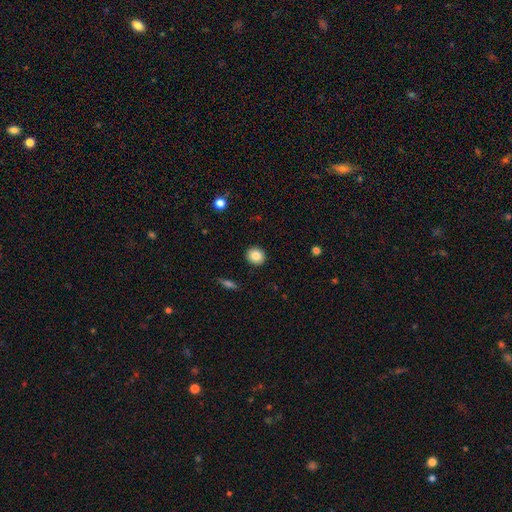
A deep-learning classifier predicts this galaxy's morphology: Smooth or featured: smooth — 85% (star or artifact — 9%)
How rounded: round — 85% (in between — 14%)
Merging: none — 92% (minor disturbance — 6%)